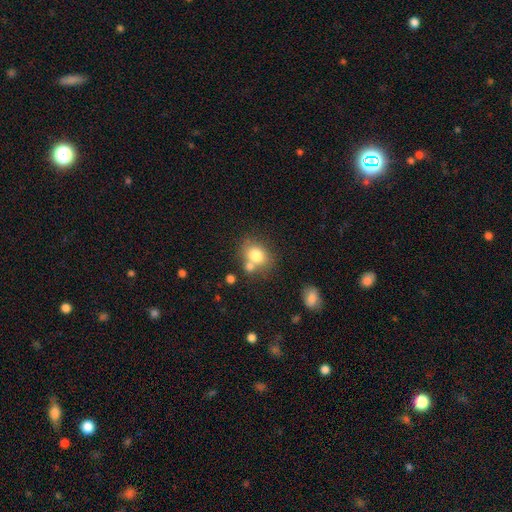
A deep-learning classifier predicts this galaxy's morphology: A smooth galaxy with no disk features (77%) that is round (53%).

Vote fractions:
- Smooth or featured? smooth: 77% / featured or disk: 13% / star or artifact: 10%
- How rounded? round: 53% / in between: 46% / cigar-shaped: 1%
- Merging? none: 53% / merger: 29% / minor disturbance: 14% / major disturbance: 5%